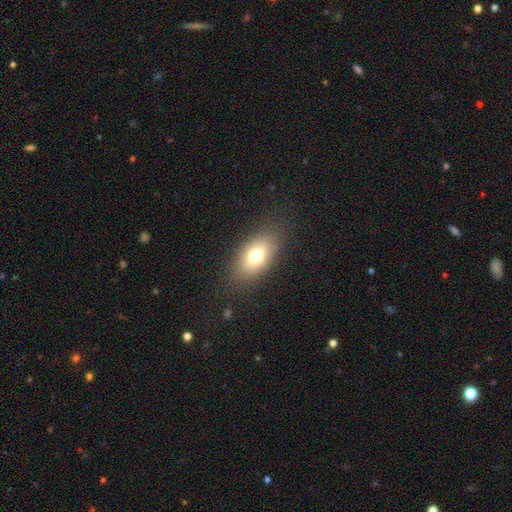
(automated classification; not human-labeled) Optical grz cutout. It shows a smooth galaxy with no disk features (74%) that is in between round and cigar-shaped (88%). Merging: none (82%).